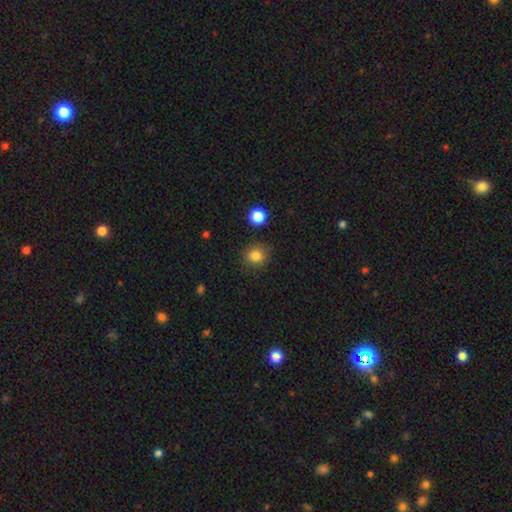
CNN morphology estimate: Smooth or featured?
  - smooth: 83% *
  - star or artifact: 12%
  - featured or disk: 5%
How rounded?
  - round: 78% *
  - in between: 21%
  - cigar-shaped: 1%
Merging?
  - none: 85% *
  - minor disturbance: 10%
  - major disturbance: 3%
  - merger: 2%